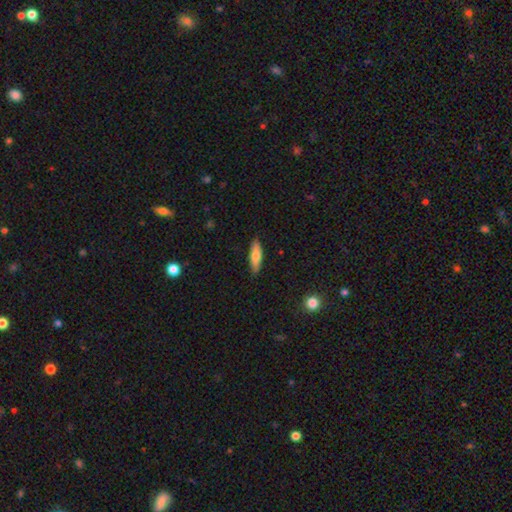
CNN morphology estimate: Smooth or featured?
  - smooth: 70% *
  - featured or disk: 24%
  - star or artifact: 6%
How rounded?
  - cigar-shaped: 61% *
  - in between: 38%
  - round: 2%
Merging?
  - none: 86% *
  - minor disturbance: 11%
  - major disturbance: 2%
  - merger: 1%